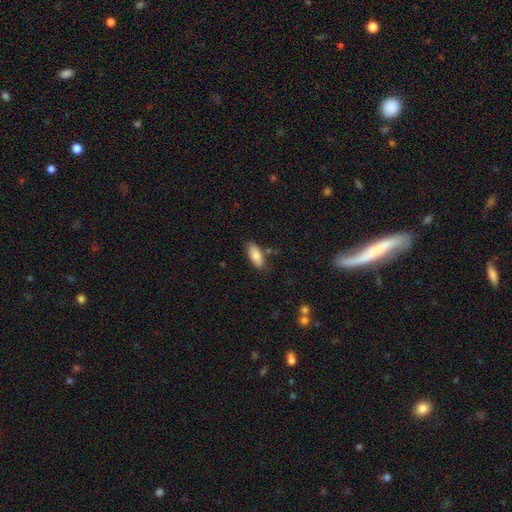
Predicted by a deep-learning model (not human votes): Smooth or featured: smooth — 79% (featured or disk — 15%)
How rounded: in between — 87% (cigar-shaped — 11%)
Merging: none — 78% (minor disturbance — 15%)